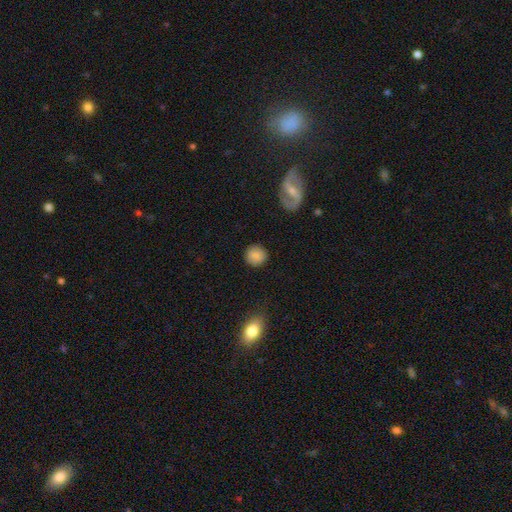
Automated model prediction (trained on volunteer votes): The model was most divided on "smooth or featured": smooth: 84%, star or artifact: 9%, featured or disk: 7%. More confident: how rounded — round (90%); merging — none (88%).